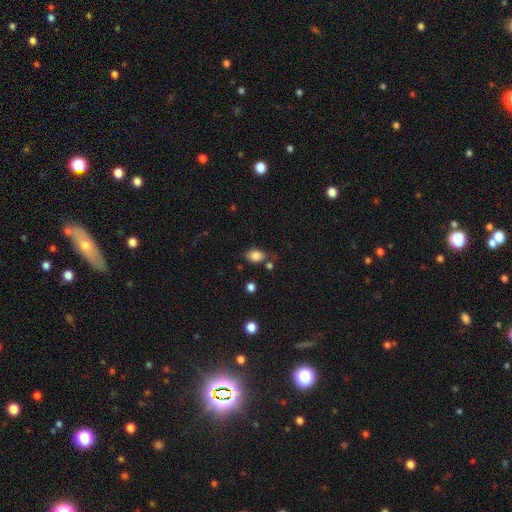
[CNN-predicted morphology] Smooth or featured? Predicted: smooth (p=0.84). How rounded? Predicted: in between (p=0.74). Merging? Predicted: none (p=0.69).